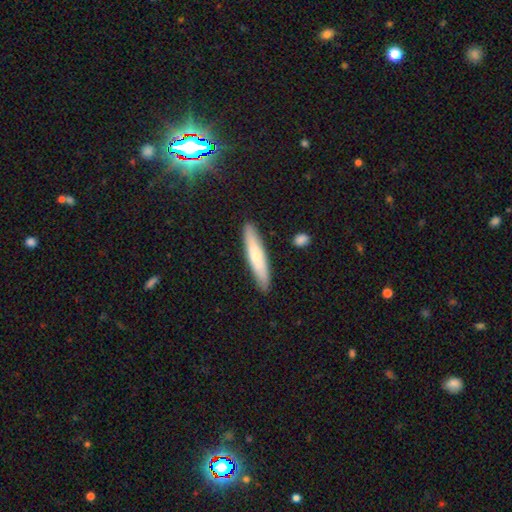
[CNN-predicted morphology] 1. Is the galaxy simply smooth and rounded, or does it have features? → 64% smooth, 30% featured or disk, 6% star or artifact.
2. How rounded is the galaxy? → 88% cigar-shaped, 11% in between, 1% round.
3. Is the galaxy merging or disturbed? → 89% none, 8% minor disturbance, 2% major disturbance, 2% merger.